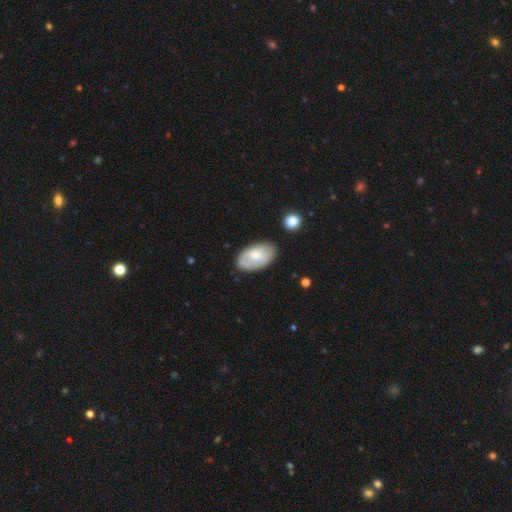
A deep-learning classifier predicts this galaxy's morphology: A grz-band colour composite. It shows a smooth galaxy with no disk features (60%) that is in between round and cigar-shaped (94%). Merging: none (70%).